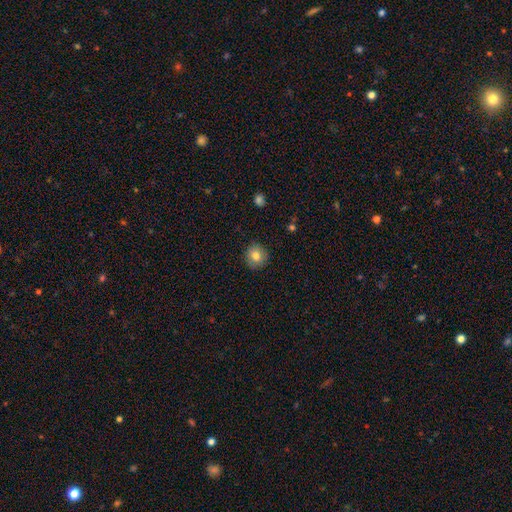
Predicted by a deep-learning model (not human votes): Smooth or featured: smooth — 81% (featured or disk — 10%)
How rounded: round — 90% (in between — 9%)
Merging: none — 88% (minor disturbance — 9%)